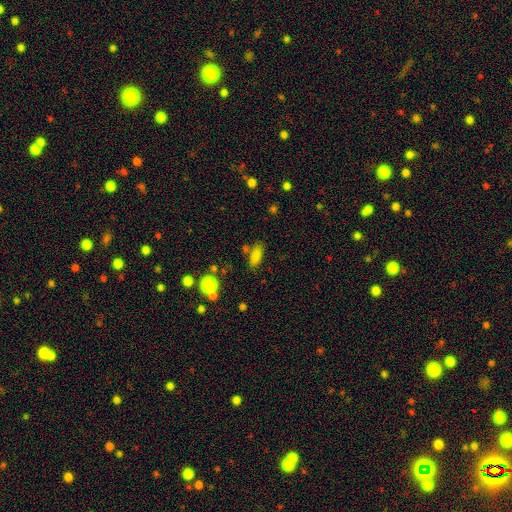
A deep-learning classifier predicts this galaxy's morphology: This appears to be a smooth galaxy with no disk features (81%) that is in between round and cigar-shaped (76%). Merging: none (72%).